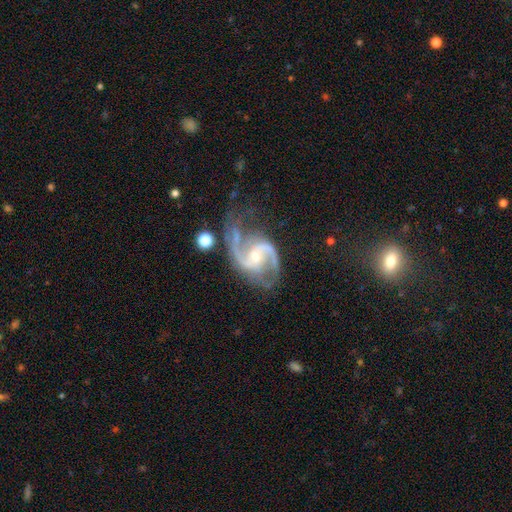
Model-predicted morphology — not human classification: Smooth or featured? Predicted: featured or disk (p=0.92). Edge-on disk? Predicted: no (p=0.98). Bar? Predicted: weak (p=0.43). Spiral arms? Predicted: yes (p=0.98). Spiral winding? Predicted: medium (p=0.55). Spiral arm count? Predicted: 2 (p=0.91). Bulge size? Predicted: small (p=0.52). Merging? Predicted: none (p=0.59).